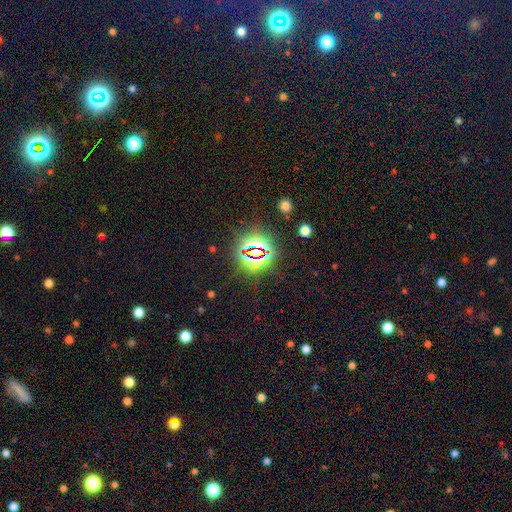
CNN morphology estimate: Smooth or featured: star or artifact — 78% (smooth — 14%)